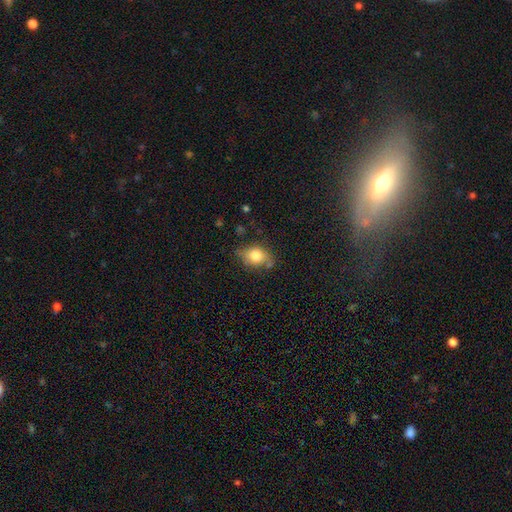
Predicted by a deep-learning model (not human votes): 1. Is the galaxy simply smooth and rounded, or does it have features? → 78% smooth, 13% featured or disk, 9% star or artifact.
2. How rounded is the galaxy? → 72% in between, 26% round, 2% cigar-shaped.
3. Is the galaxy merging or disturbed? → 65% none, 24% minor disturbance, 5% major disturbance, 5% merger.